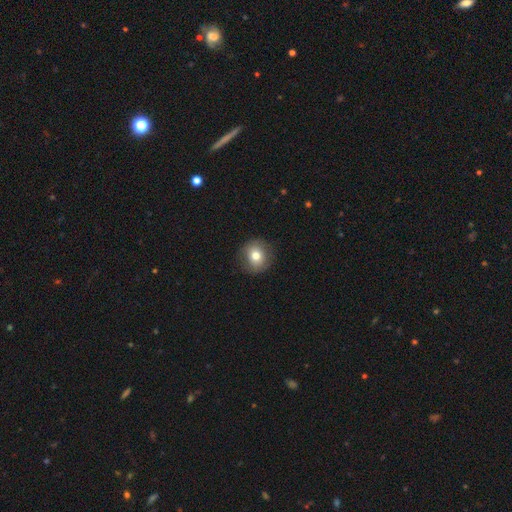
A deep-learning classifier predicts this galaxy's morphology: Smooth or featured? Predicted: smooth (p=0.75). How rounded? Predicted: round (p=0.87). Merging? Predicted: none (p=0.85).